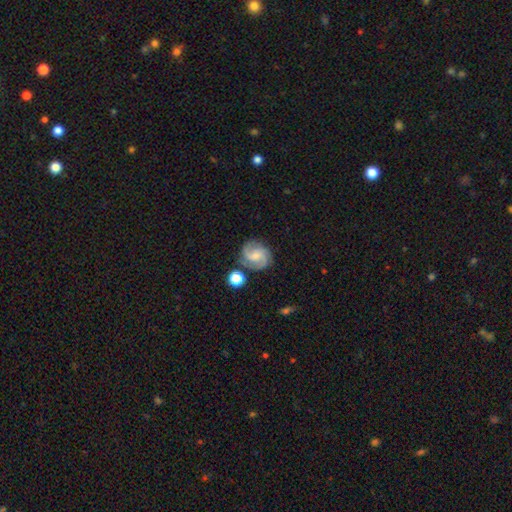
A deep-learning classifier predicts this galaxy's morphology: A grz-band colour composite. It shows a featured or disk galaxy (78%) with no bar (54%), 2 (45%) medium (49%) spiral arms (97%) and a small central bulge (44%). Merging: none (75%).